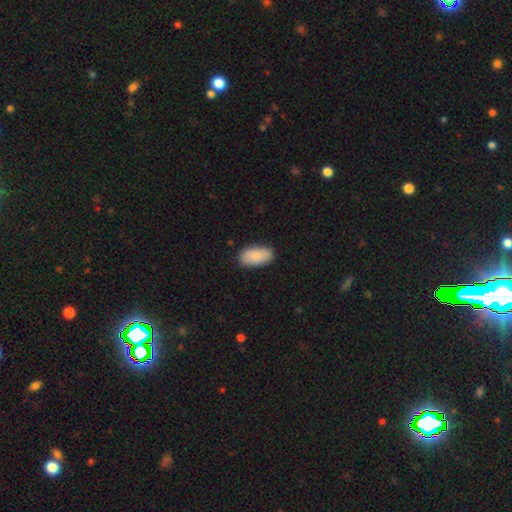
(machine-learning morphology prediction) This appears to be a smooth galaxy with no disk features (86%) that is in between round and cigar-shaped (94%). Merging: none (85%).